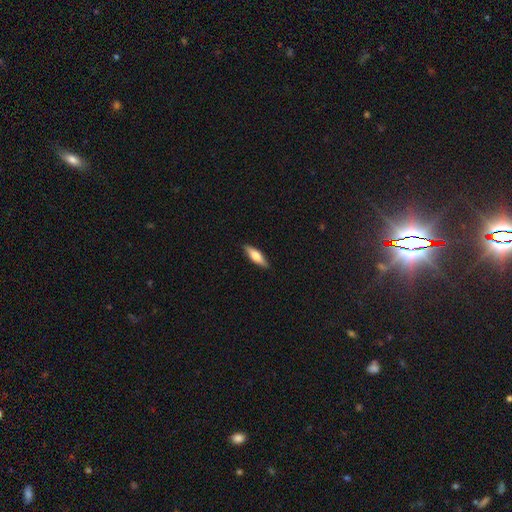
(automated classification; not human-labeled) Smooth or featured: smooth — 64% (featured or disk — 30%)
How rounded: cigar-shaped — 53% (in between — 45%)
Merging: none — 89% (minor disturbance — 9%)